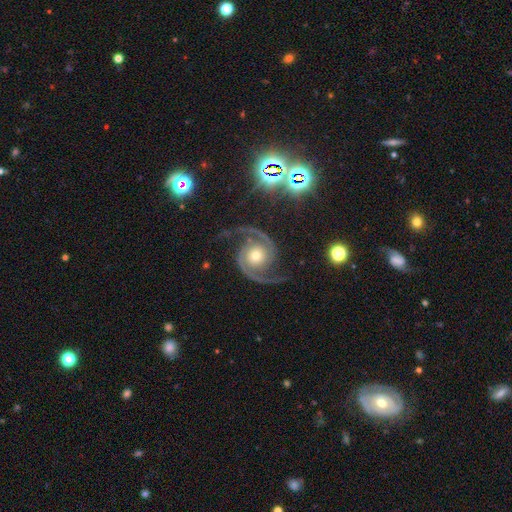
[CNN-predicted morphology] Smooth or featured? Predicted: featured or disk (p=0.92). Edge-on disk? Predicted: no (p=0.98). Bar? Predicted: no (p=0.76). Spiral arms? Predicted: yes (p=0.99). Spiral winding? Predicted: medium (p=0.58). Spiral arm count? Predicted: 2 (p=0.95). Bulge size? Predicted: moderate (p=0.55). Merging? Predicted: none (p=0.81).